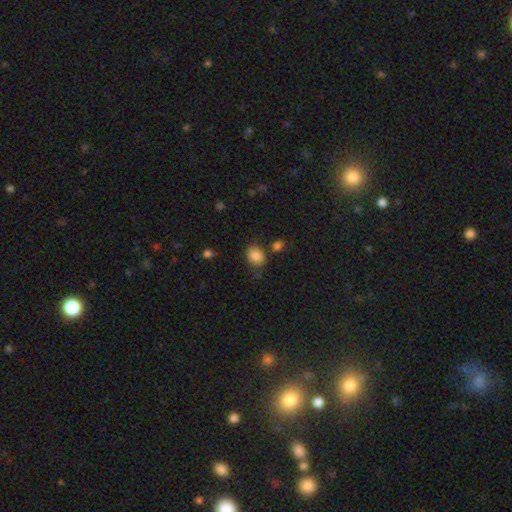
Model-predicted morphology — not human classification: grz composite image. It shows a smooth galaxy with no disk features (85%) that is in between round and cigar-shaped (51%). Merging: none (73%).